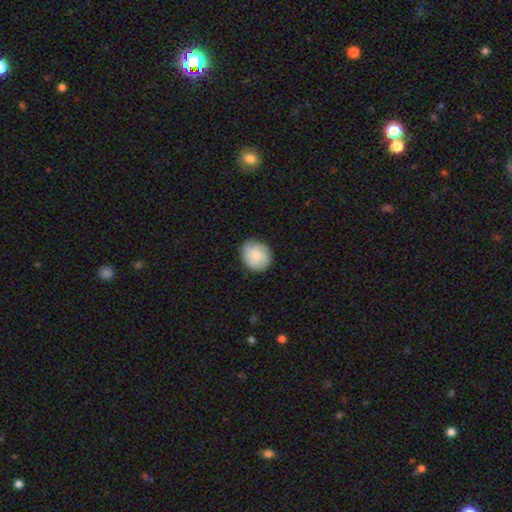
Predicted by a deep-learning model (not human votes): smooth_or_featured: smooth (p=0.78) [alt: featured or disk p=0.16]
how_rounded: round (p=0.77) [alt: in between p=0.22]
merging: none (p=0.82) [alt: minor disturbance p=0.14]